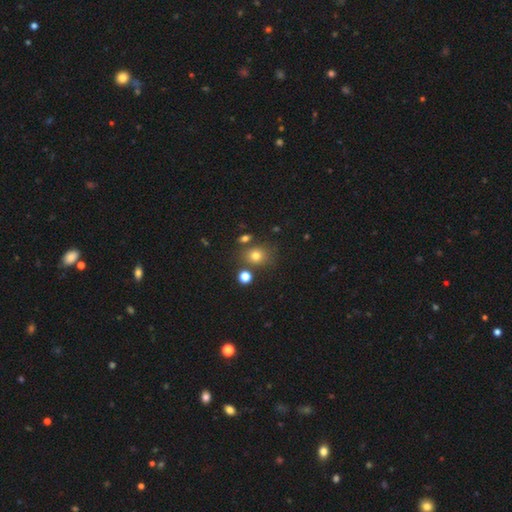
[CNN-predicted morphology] Overall: smooth (76%). How rounded: round (65%; in between 34%). Merging: none (72%).